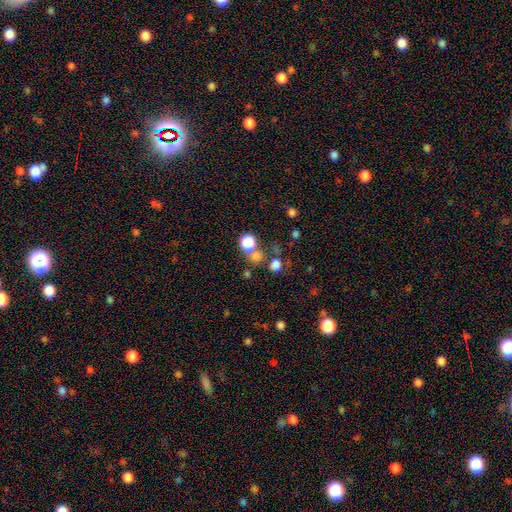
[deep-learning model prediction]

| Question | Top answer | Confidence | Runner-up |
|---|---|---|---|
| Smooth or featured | smooth | 73% | star or artifact (20%) |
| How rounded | round | 84% | in between (15%) |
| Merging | none | 57% | merger (30%) |